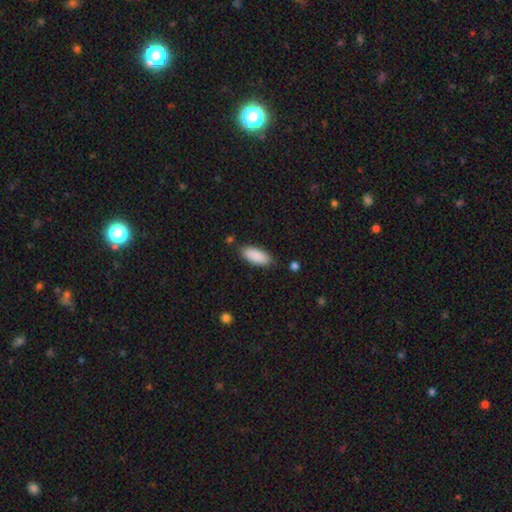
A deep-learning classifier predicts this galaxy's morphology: smooth 90%, star or artifact 6%, featured or disk 4%. Down the decision tree: how rounded — in between (83%); merging — none (84%).